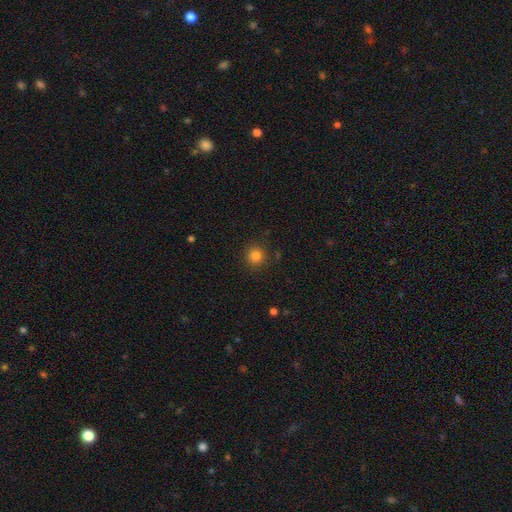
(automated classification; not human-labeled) A smooth galaxy with no disk features (82%) that is round (93%). Merging: none (89%).